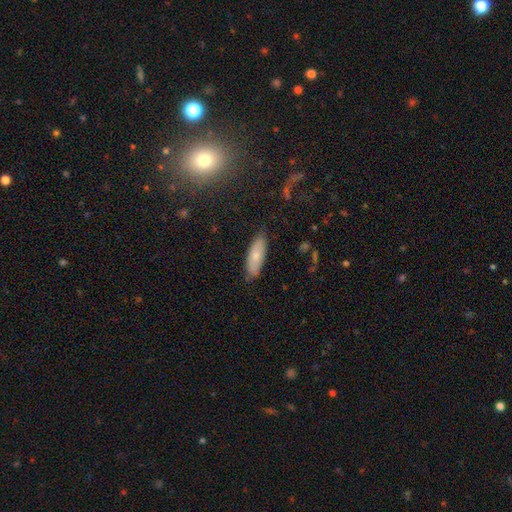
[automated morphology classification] smooth 72%, featured or disk 21%, star or artifact 8%. Down the decision tree: how rounded — in between (64%); merging — none (82%).